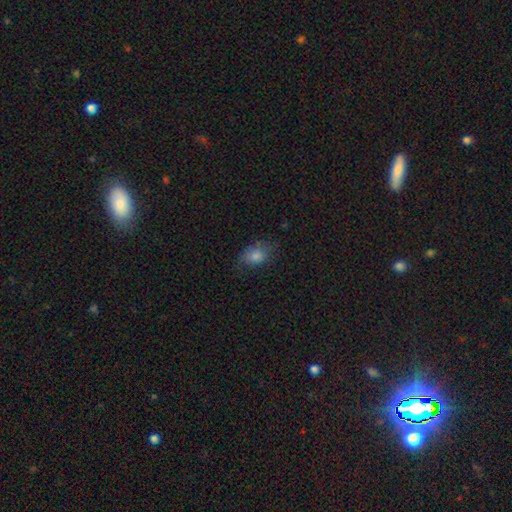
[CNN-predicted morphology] Smooth or featured? Predicted: smooth (p=0.75). How rounded? Predicted: in between (p=0.76). Merging? Predicted: none (p=0.60).